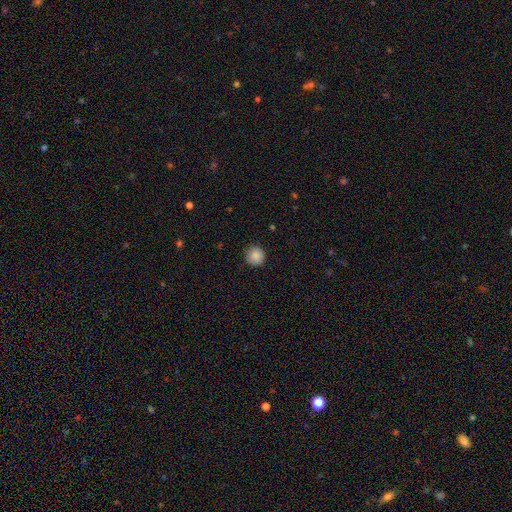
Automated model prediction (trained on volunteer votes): Smooth or featured? smooth (87%)
How rounded? round (95%)
Merging? none (90%)